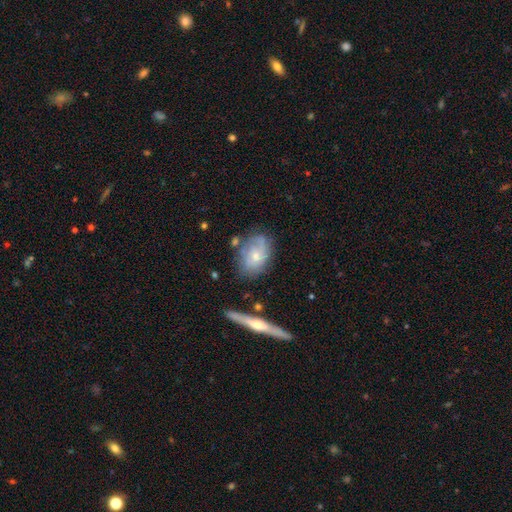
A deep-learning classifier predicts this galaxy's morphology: smooth_or_featured: featured or disk (p=0.52) [alt: smooth p=0.40]
disk_edge_on: no (p=0.92) [alt: yes p=0.08]
merging: none (p=0.56) [alt: minor disturbance p=0.26]